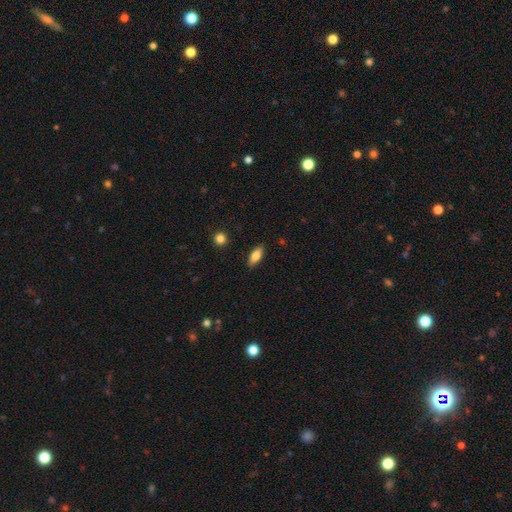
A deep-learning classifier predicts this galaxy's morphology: A smooth galaxy with no disk features (79%) that is in between round and cigar-shaped (76%).

Vote fractions:
- Smooth or featured? smooth: 79% / featured or disk: 14% / star or artifact: 7%
- How rounded? in between: 76% / cigar-shaped: 22% / round: 3%
- Merging? none: 88% / minor disturbance: 9% / major disturbance: 2% / merger: 1%